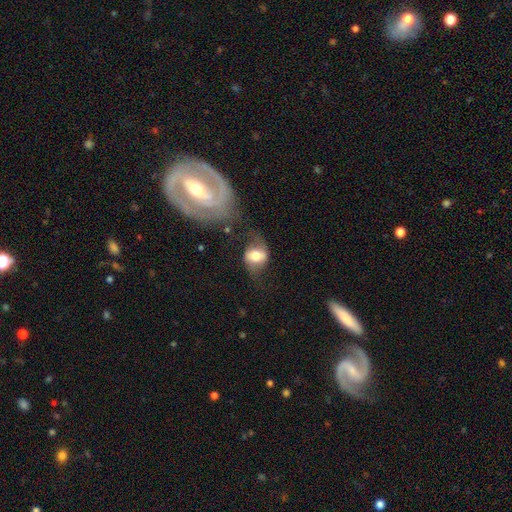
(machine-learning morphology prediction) A featured or disk galaxy (49%). Merging: none (46%).